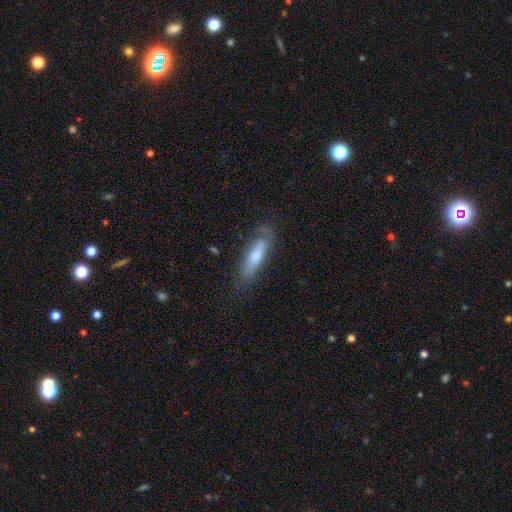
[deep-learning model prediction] A smooth galaxy with no disk features (53%) that is cigar-shaped (64%). Merging: none (68%).